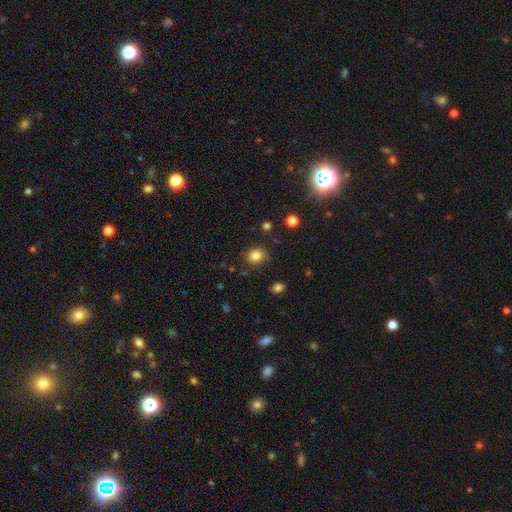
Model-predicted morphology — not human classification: A smooth galaxy with no disk features (83%) that is round (70%). Merging: none (82%).